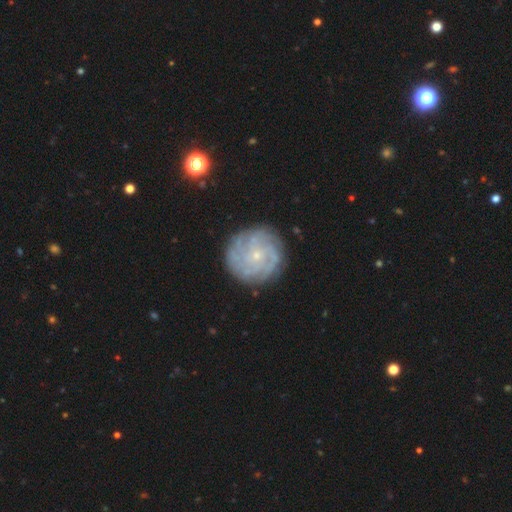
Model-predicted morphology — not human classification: Smooth or featured? featured or disk (76%)
Edge-on disk? no (98%)
Bar? no (80%)
Spiral arms? yes (92%)
Spiral winding? tight (72%)
Spiral arm count? can't tell (36%)
Bulge size? small (84%)
Merging? none (84%)